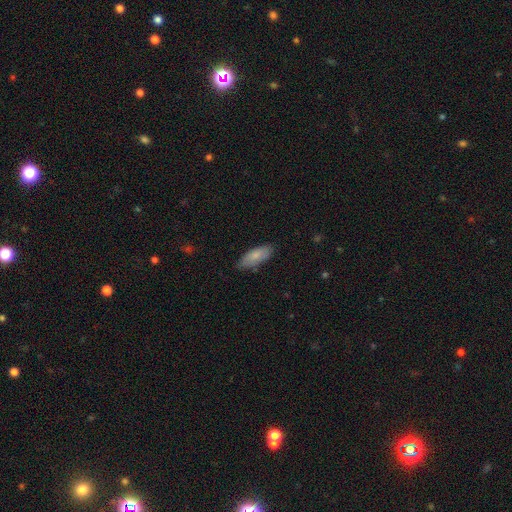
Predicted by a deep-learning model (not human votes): A smooth galaxy with no disk features (79%) that is in between round and cigar-shaped (76%).

Vote fractions:
- Smooth or featured? smooth: 79% / featured or disk: 15% / star or artifact: 6%
- How rounded? in between: 76% / cigar-shaped: 23% / round: 2%
- Merging? none: 77% / minor disturbance: 18% / major disturbance: 3% / merger: 2%